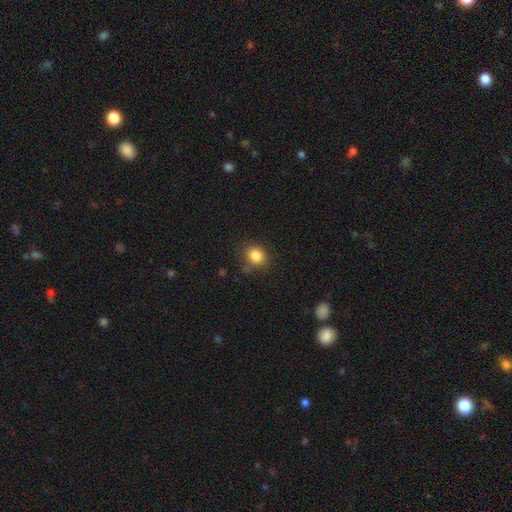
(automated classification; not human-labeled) A smooth galaxy with no disk features (85%) that is round (65%).

Vote fractions:
- Smooth or featured? smooth: 85% / star or artifact: 10% / featured or disk: 5%
- How rounded? round: 65% / in between: 34% / cigar-shaped: 1%
- Merging? none: 81% / minor disturbance: 13% / major disturbance: 4% / merger: 3%